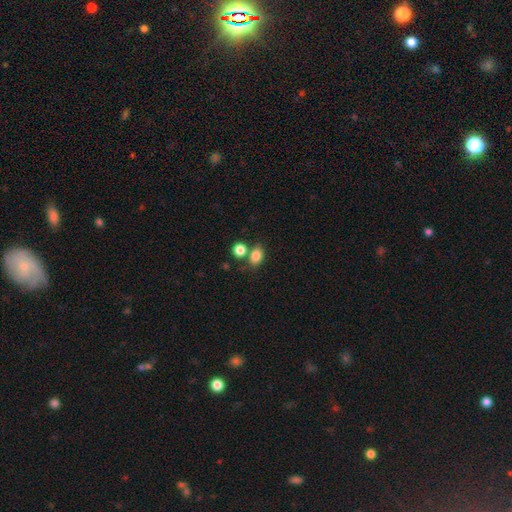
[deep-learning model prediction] Smooth or featured? Predicted: smooth (p=0.82). How rounded? Predicted: in between (p=0.66). Merging? Predicted: none (p=0.58).